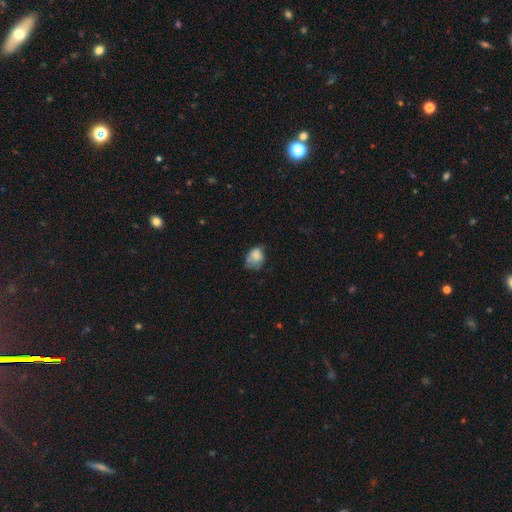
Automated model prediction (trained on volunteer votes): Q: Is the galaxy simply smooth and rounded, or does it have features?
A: smooth — 74%.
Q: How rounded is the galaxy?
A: in between — 64%.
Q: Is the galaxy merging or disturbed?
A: none — 38%.